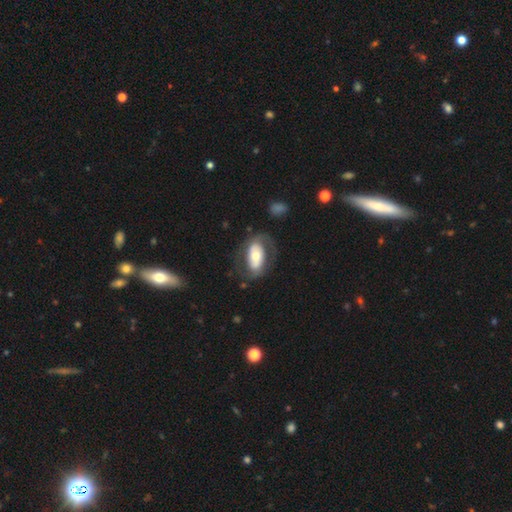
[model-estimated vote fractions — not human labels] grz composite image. It shows a featured or disk galaxy (56%) with no bar (49%), spiral arms (60%) and a moderate central bulge (57%). Merging: none (62%).